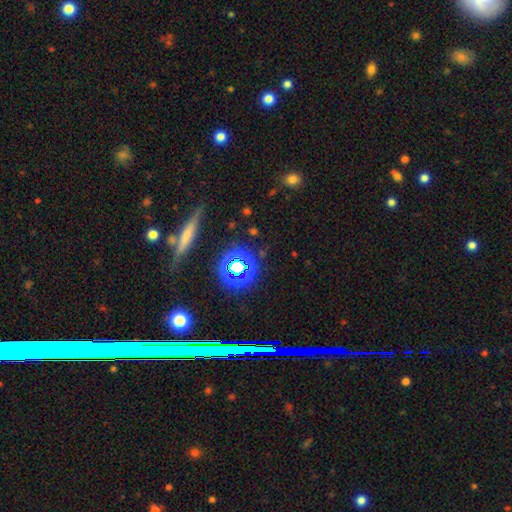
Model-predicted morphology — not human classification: A star or artifact, not a galaxy (58%).

Vote fractions:
- Smooth or featured? star or artifact: 58% / smooth: 27% / featured or disk: 16%